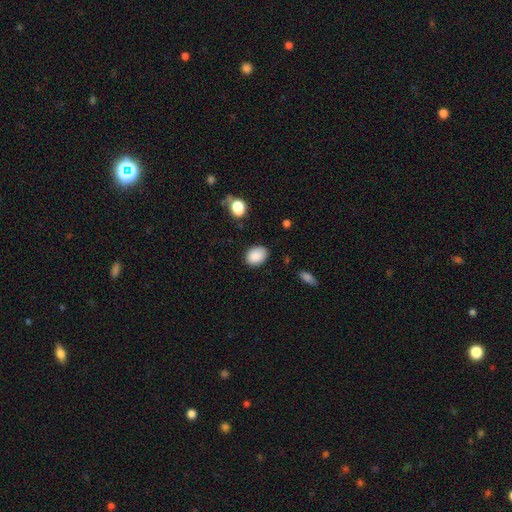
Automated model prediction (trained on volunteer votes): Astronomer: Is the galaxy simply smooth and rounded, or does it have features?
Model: smooth — 88%.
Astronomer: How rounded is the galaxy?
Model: in between — 70%.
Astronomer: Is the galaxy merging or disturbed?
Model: none — 83%.